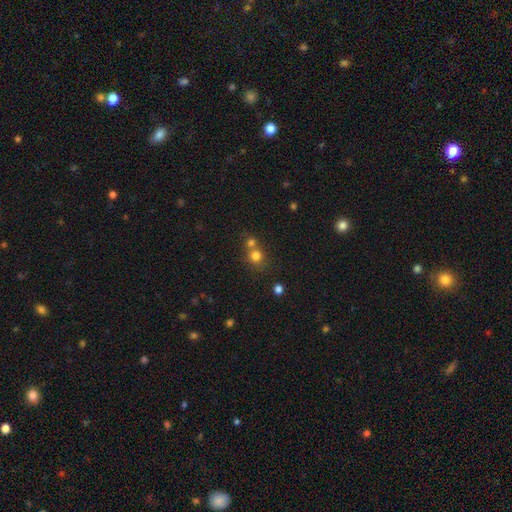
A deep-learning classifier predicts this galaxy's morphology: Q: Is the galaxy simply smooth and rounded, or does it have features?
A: smooth — 77%.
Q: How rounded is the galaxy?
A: round — 85%.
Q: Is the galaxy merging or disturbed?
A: none — 46%.